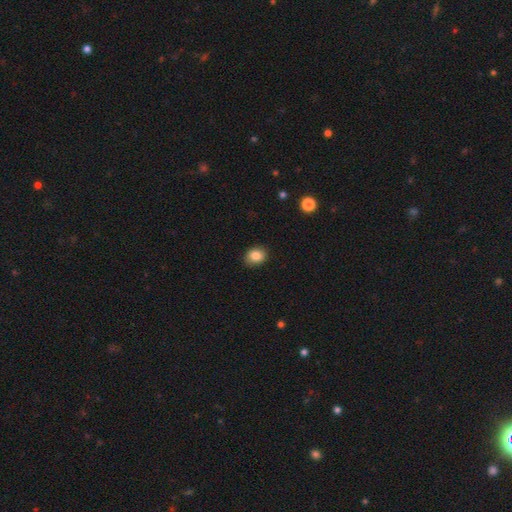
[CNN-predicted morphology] smooth_or_featured: smooth (p=0.85) [alt: star or artifact p=0.09]
how_rounded: round (p=0.56) [alt: in between p=0.43]
merging: none (p=0.85) [alt: minor disturbance p=0.12]